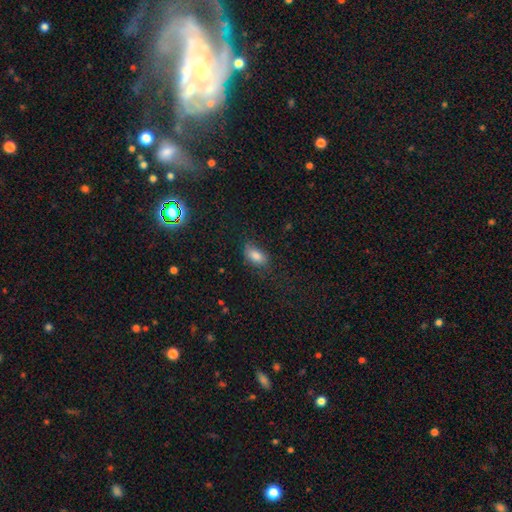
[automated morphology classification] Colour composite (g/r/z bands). It shows a smooth galaxy with no disk features (81%) that is in between round and cigar-shaped (90%). Merging: none (70%).